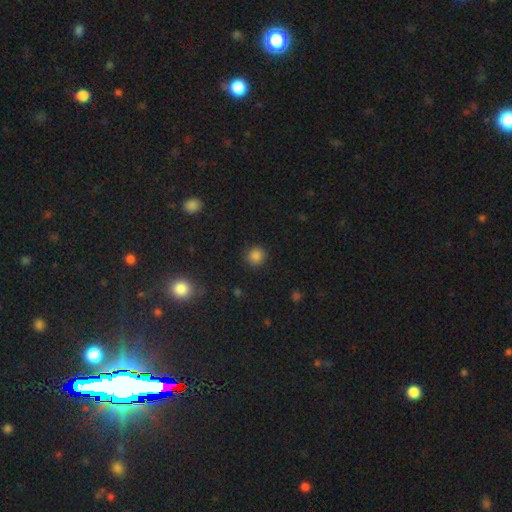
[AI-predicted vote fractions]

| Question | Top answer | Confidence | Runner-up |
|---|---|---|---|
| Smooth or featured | smooth | 84% | star or artifact (13%) |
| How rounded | round | 90% | in between (9%) |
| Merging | none | 89% | minor disturbance (7%) |